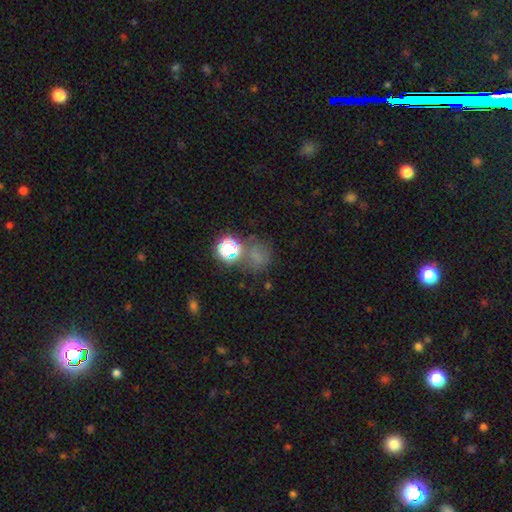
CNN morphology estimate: smooth-or-featured: smooth: 54% | star or artifact: 34% | featured or disk: 12%
  how-rounded: round: 74% | in between: 25% | cigar-shaped: 1%
  merging: none: 53% | minor disturbance: 18% | merger: 15% | major disturbance: 14%